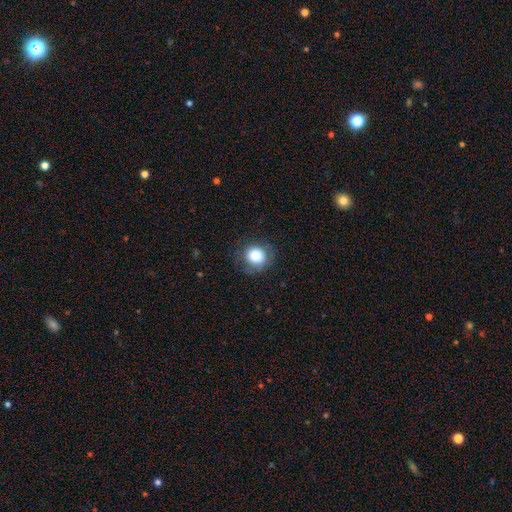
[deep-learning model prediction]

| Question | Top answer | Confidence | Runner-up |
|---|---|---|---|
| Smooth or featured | smooth | 81% | featured or disk (10%) |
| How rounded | round | 85% | in between (14%) |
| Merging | none | 77% | minor disturbance (15%) |